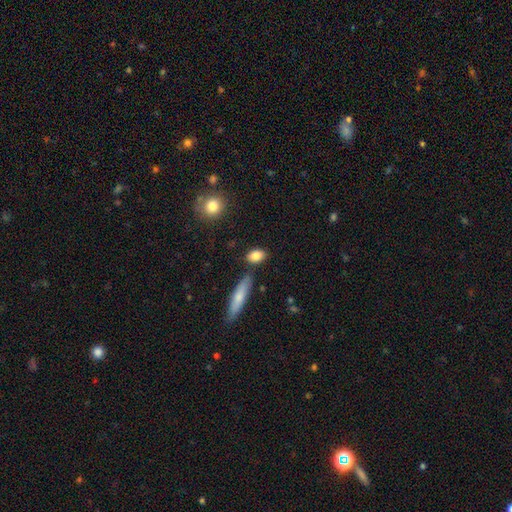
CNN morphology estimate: Smooth or featured?
  - smooth: 84% *
  - featured or disk: 9%
  - star or artifact: 8%
How rounded?
  - in between: 78% *
  - round: 14%
  - cigar-shaped: 7%
Merging?
  - none: 77% *
  - minor disturbance: 12%
  - merger: 7%
  - major disturbance: 3%